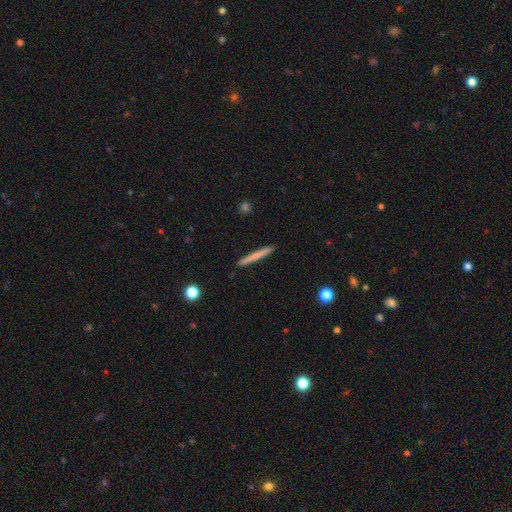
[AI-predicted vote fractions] smooth_or_featured: smooth (p=0.68) [alt: featured or disk p=0.27]
how_rounded: cigar-shaped (p=0.97) [alt: in between p=0.02]
merging: none (p=0.91) [alt: minor disturbance p=0.06]